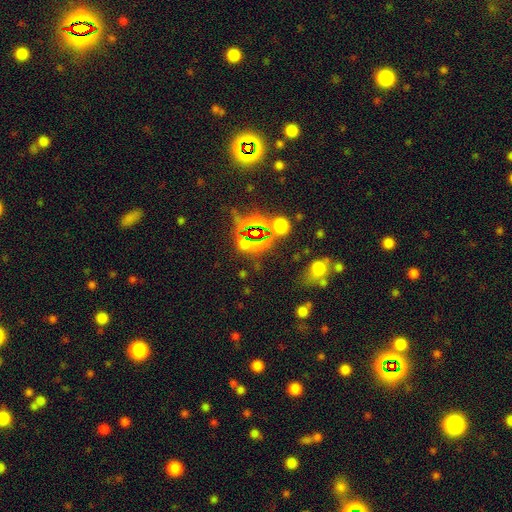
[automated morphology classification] type=star or artifact (74%).